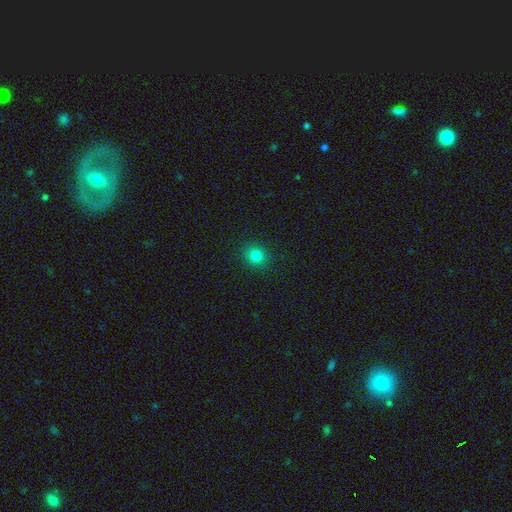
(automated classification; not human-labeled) This appears to be a smooth galaxy with no disk features (81%) that is round (82%). Merging: none (90%).